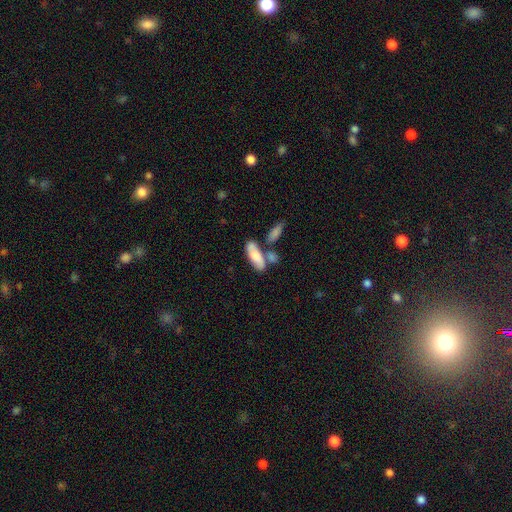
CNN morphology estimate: type=smooth (74%); roundness=in between (70%); merging=none (47%).